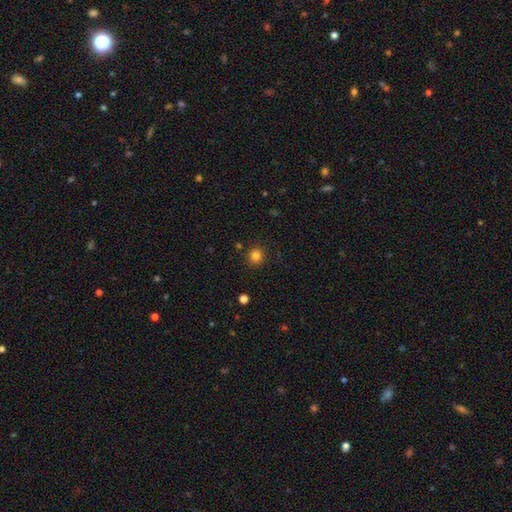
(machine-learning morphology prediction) smooth_or_featured: smooth (p=0.82) [alt: star or artifact p=0.13]
how_rounded: round (p=0.91) [alt: in between p=0.08]
merging: none (p=0.89) [alt: minor disturbance p=0.07]